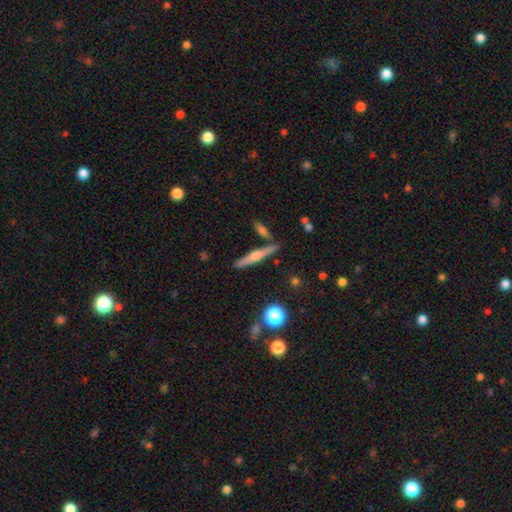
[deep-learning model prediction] featured or disk 59%, smooth 34%, star or artifact 8%. Down the decision tree: edge-on disk — yes (96%); edge-on bulge — rounded (82%); merging — none (83%).